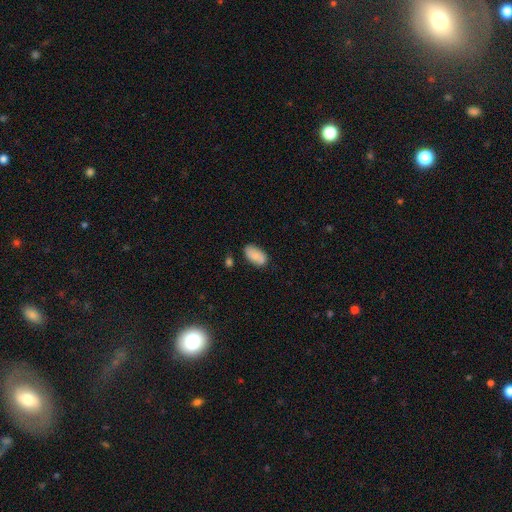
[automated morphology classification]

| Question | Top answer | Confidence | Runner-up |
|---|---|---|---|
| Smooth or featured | smooth | 78% | featured or disk (15%) |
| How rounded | in between | 94% | round (3%) |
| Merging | none | 74% | minor disturbance (18%) |